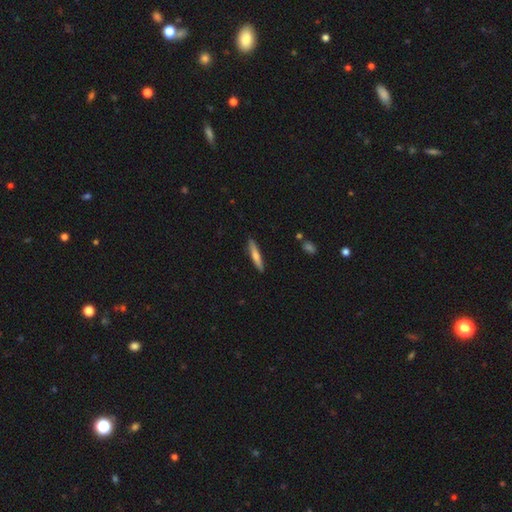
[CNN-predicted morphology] Smooth or featured? smooth (60%)
How rounded? cigar-shaped (91%)
Merging? none (89%)